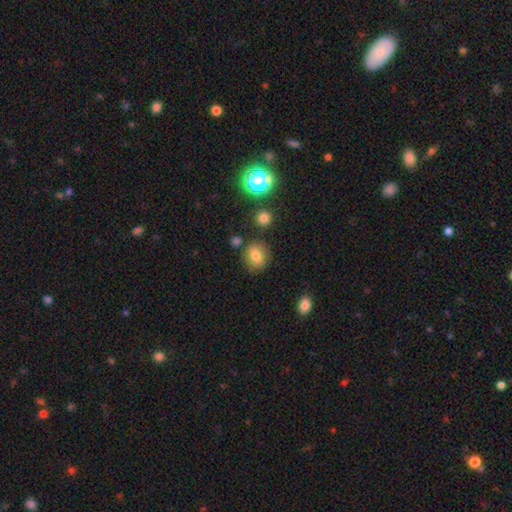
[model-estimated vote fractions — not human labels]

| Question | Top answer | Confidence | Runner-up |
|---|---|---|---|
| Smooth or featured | smooth | 76% | star or artifact (13%) |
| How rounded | round | 69% | in between (29%) |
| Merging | none | 80% | minor disturbance (12%) |